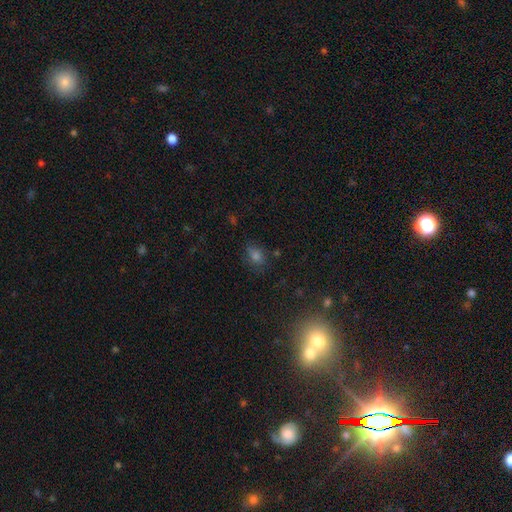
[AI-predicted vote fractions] Morphology: type=smooth (64%); roundness=in between (63%); merging=none (74%).